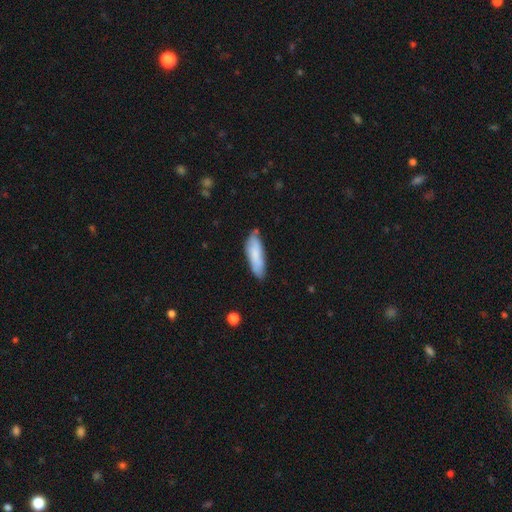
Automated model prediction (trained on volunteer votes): This is clearly a smooth galaxy (82%). How rounded: possibly cigar-shaped (52%). Merging: likely none (71%).